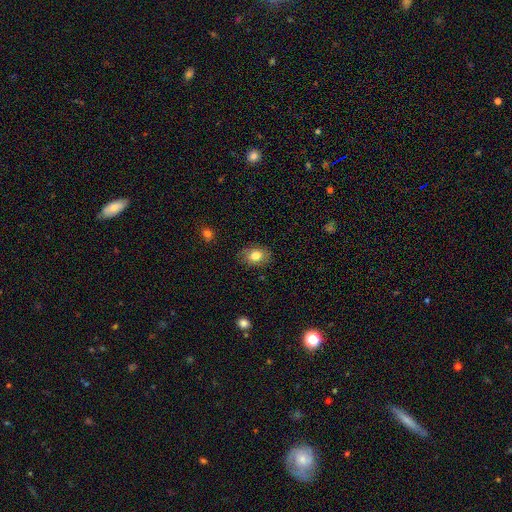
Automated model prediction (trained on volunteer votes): This is likely a smooth galaxy (79%). How rounded: likely in between (72%). Merging: clearly none (84%).